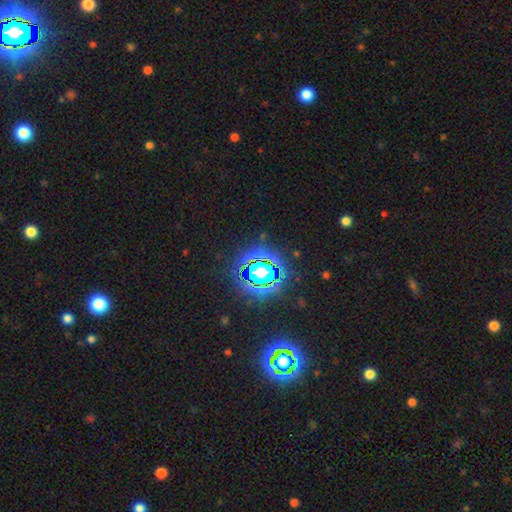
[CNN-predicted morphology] type=star or artifact (84%).